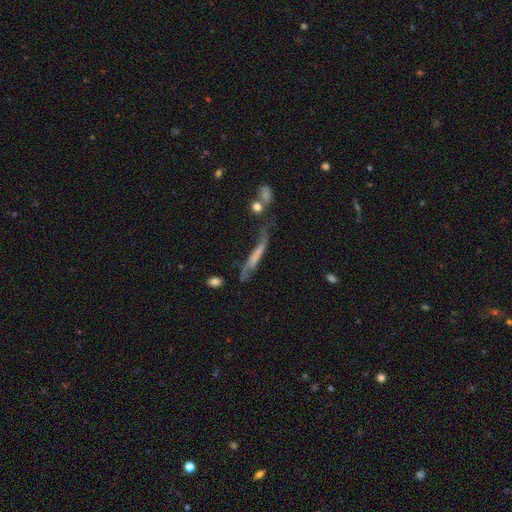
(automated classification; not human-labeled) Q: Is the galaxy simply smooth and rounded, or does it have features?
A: featured or disk — 49%.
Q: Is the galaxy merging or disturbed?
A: none — 33%.